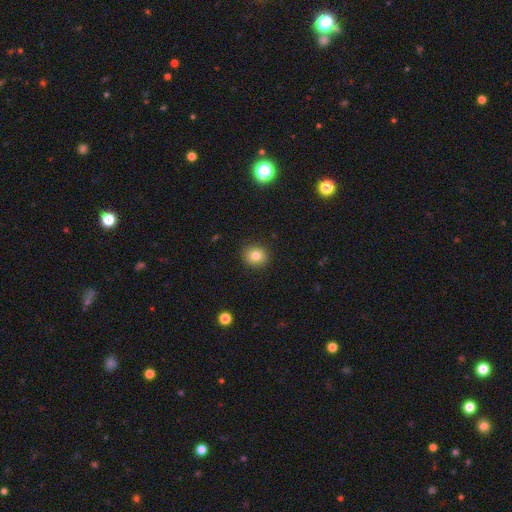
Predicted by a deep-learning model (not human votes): smooth-or-featured: smooth: 81% | star or artifact: 11% | featured or disk: 8%
  how-rounded: round: 84% | in between: 15% | cigar-shaped: 1%
  merging: none: 91% | minor disturbance: 6% | major disturbance: 2% | merger: 1%